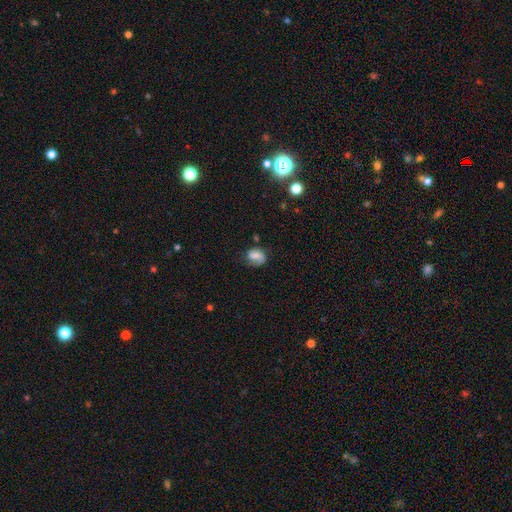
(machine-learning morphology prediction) smooth 51%, featured or disk 39%, star or artifact 10%. Down the decision tree: how rounded — in between (54%); merging — none (53%).